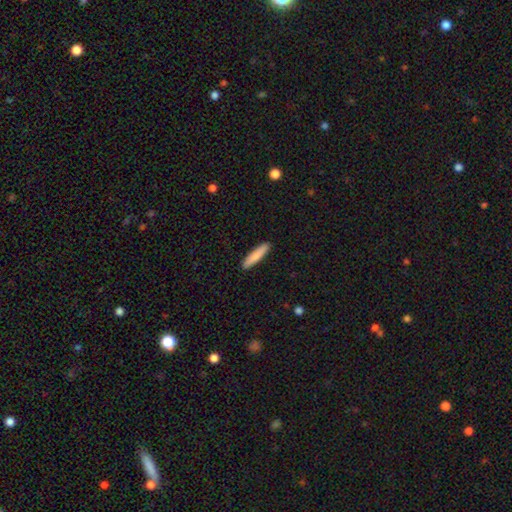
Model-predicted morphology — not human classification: A smooth galaxy with no disk features (83%) that is cigar-shaped (87%).

Vote fractions:
- Smooth or featured? smooth: 83% / featured or disk: 12% / star or artifact: 5%
- How rounded? cigar-shaped: 87% / in between: 12% / round: 1%
- Merging? none: 91% / minor disturbance: 6% / major disturbance: 1% / merger: 1%